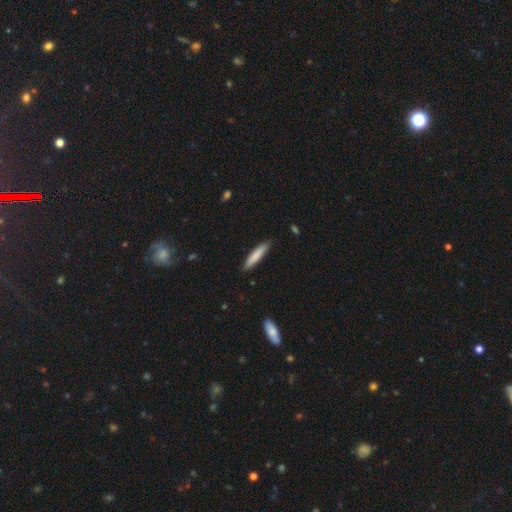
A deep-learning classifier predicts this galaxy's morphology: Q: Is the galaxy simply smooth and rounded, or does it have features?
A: smooth — 81%.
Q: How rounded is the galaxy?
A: cigar-shaped — 88%.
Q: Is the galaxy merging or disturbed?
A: none — 88%.